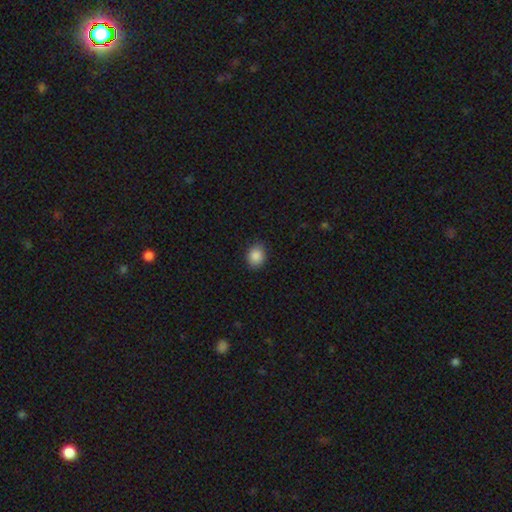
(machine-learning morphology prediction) smooth-or-featured: smooth: 88% | star or artifact: 8% | featured or disk: 3%
  how-rounded: round: 53% | in between: 46% | cigar-shaped: 1%
  merging: none: 87% | minor disturbance: 9% | major disturbance: 2% | merger: 1%